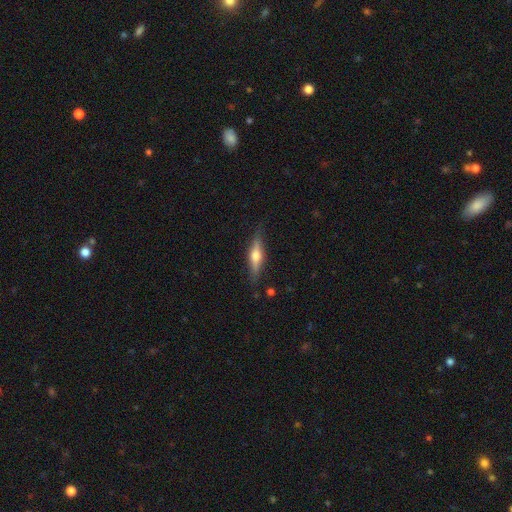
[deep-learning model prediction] Overall: featured or disk (61%; smooth 33%). Edge-on disk: yes (95%). Edge-on bulge: rounded (93%). Merging: none (85%).